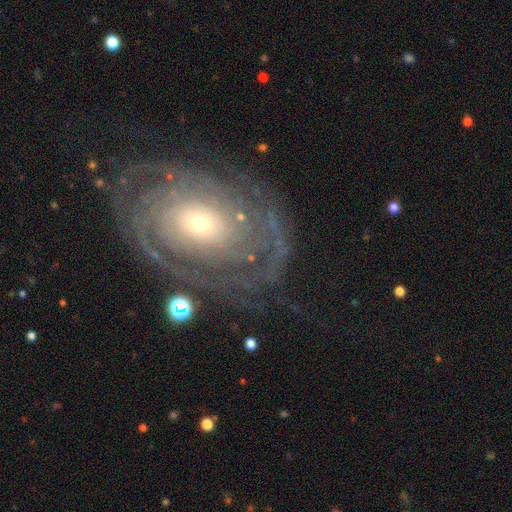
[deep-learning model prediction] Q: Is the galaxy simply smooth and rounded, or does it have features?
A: featured or disk — 84%.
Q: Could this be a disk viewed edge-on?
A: no — 95%.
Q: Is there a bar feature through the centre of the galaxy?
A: no — 75%.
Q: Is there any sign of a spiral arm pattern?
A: yes — 92%.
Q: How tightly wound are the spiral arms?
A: tight — 76%.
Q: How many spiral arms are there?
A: can't tell — 40%.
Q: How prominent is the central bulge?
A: small — 59%.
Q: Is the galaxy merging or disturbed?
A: none — 75%.